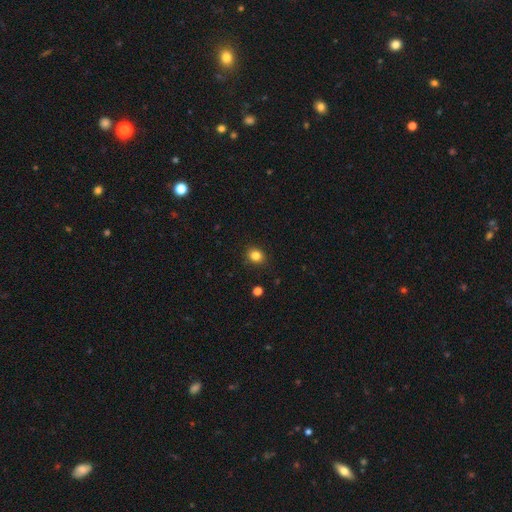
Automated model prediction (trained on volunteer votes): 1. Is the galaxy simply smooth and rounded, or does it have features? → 83% smooth, 12% star or artifact, 5% featured or disk.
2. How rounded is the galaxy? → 66% round, 33% in between, 1% cigar-shaped.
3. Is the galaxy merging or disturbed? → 89% none, 8% minor disturbance, 2% major disturbance, 1% merger.